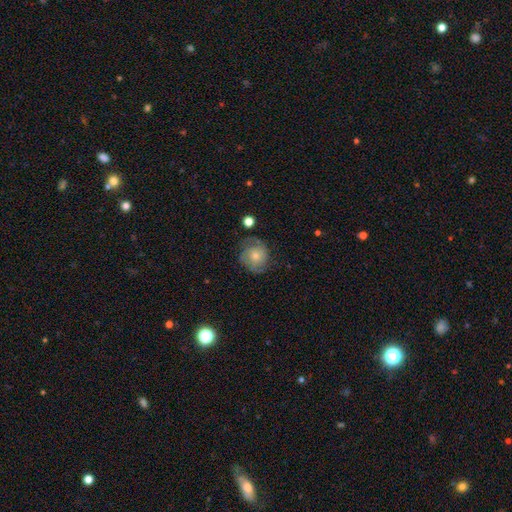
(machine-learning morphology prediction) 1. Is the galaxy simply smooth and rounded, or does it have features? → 53% featured or disk, 38% smooth, 8% star or artifact.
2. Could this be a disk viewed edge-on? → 97% no, 3% yes.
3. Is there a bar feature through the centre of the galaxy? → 80% no, 17% weak, 3% strong.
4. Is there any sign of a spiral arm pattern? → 83% yes, 17% no.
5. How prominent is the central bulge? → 58% small, 34% moderate, 3% large, 3% none, 1% dominant.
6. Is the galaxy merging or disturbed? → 65% none, 21% minor disturbance, 11% major disturbance, 2% merger.